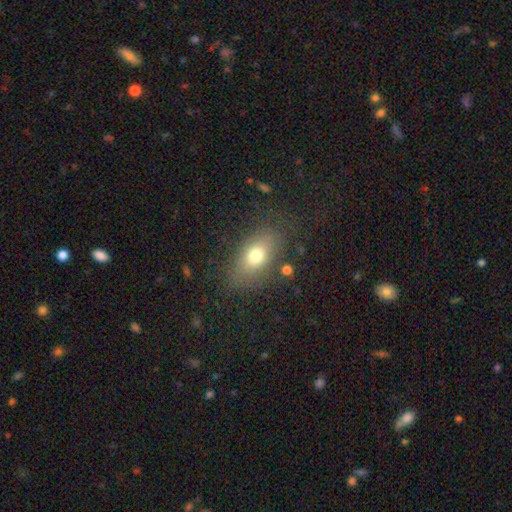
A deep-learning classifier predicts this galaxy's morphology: smooth-or-featured: smooth: 72% | featured or disk: 17% | star or artifact: 11%
  how-rounded: in between: 83% | round: 12% | cigar-shaped: 5%
  merging: none: 76% | minor disturbance: 15% | major disturbance: 7% | merger: 2%